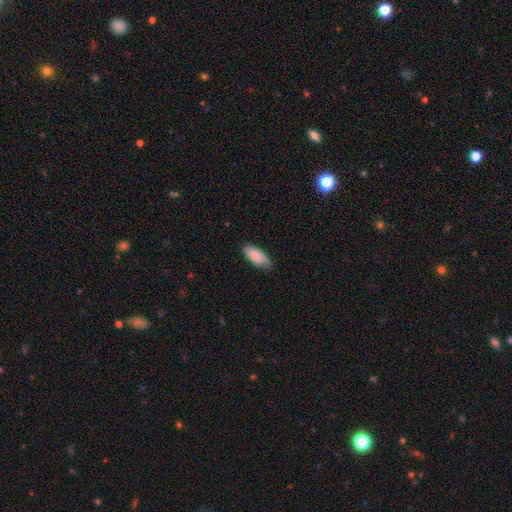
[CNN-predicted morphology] Q: Smooth or featured?
A: smooth (83%); runner-up: featured or disk (11%)
Q: How rounded?
A: in between (87%); runner-up: cigar-shaped (12%)
Q: Merging?
A: none (77%); runner-up: minor disturbance (19%)